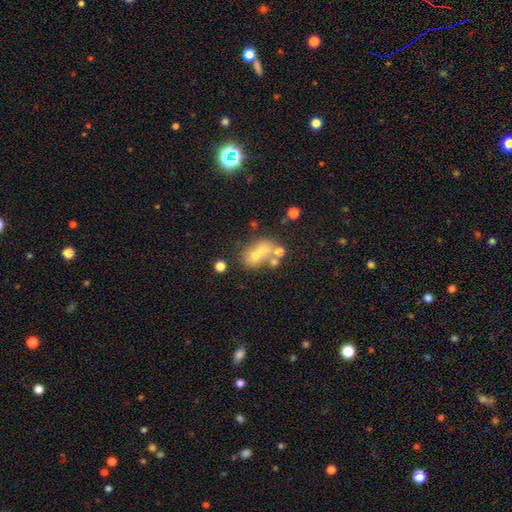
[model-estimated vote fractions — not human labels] Smooth or featured?
  - smooth: 50% *
  - featured or disk: 29%
  - star or artifact: 21%
How rounded?
  - round: 54% *
  - in between: 44%
  - cigar-shaped: 2%
Merging?
  - merger: 49% *
  - none: 36%
  - minor disturbance: 9%
  - major disturbance: 6%